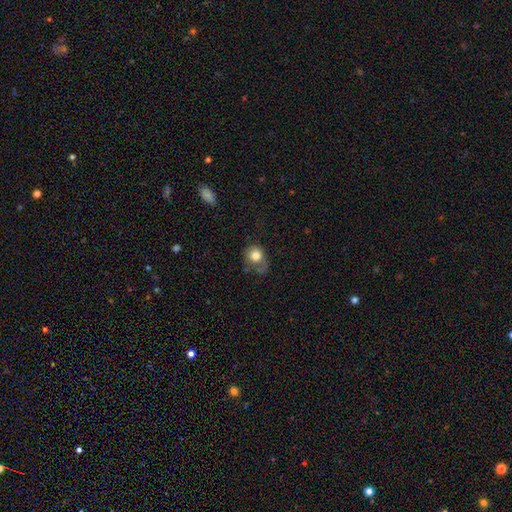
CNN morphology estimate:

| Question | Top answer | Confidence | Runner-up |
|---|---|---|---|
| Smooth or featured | smooth | 79% | featured or disk (12%) |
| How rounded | round | 68% | in between (31%) |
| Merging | none | 36% | minor disturbance (32%) |